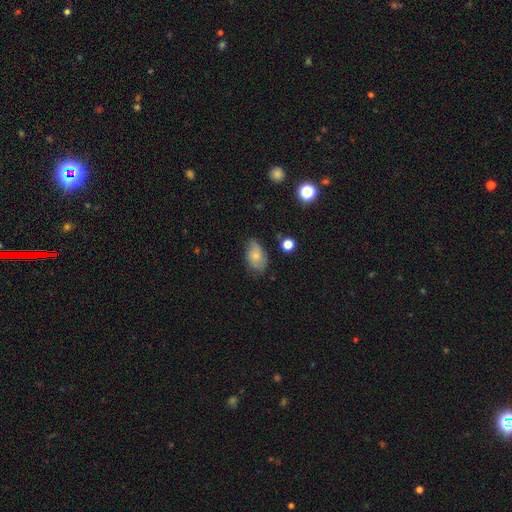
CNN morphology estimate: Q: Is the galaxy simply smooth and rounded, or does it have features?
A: smooth — 69%.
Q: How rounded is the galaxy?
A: in between — 88%.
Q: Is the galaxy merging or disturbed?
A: none — 61%.